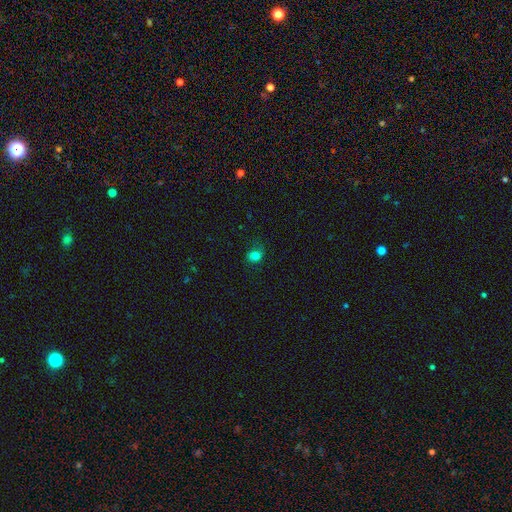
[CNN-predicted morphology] smooth_or_featured: smooth (p=0.78) [alt: star or artifact p=0.14]
how_rounded: round (p=0.57) [alt: in between p=0.42]
merging: none (p=0.61) [alt: minor disturbance p=0.25]